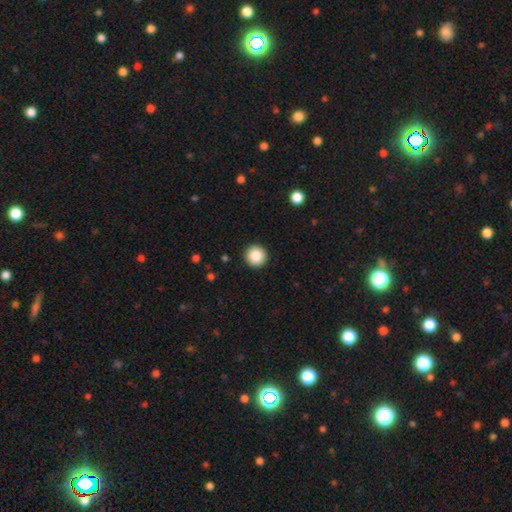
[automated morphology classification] This is clearly a smooth galaxy (87%). How rounded: clearly round (96%). Merging: clearly none (93%).